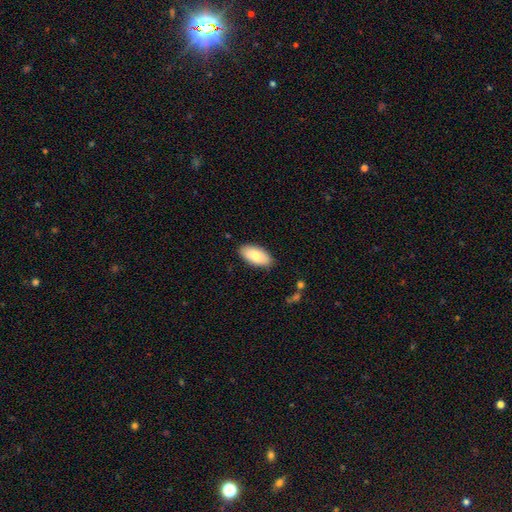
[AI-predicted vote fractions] smooth 79%, featured or disk 15%, star or artifact 6%. Down the decision tree: how rounded — in between (94%); merging — none (87%).